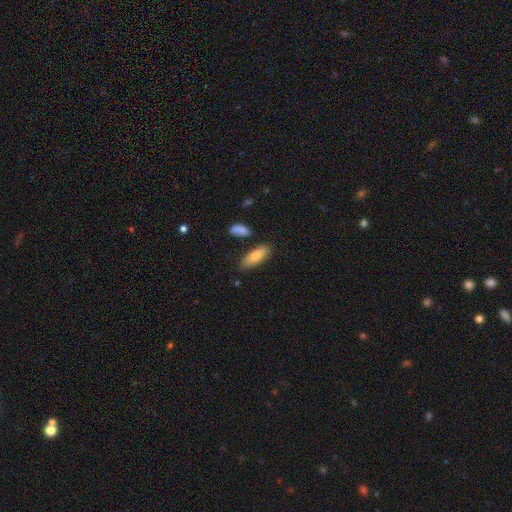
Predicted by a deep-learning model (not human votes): The model was most divided on "how rounded": in between: 63%, cigar-shaped: 35%, round: 2%. More confident: smooth or featured — smooth (80%); merging — none (78%).